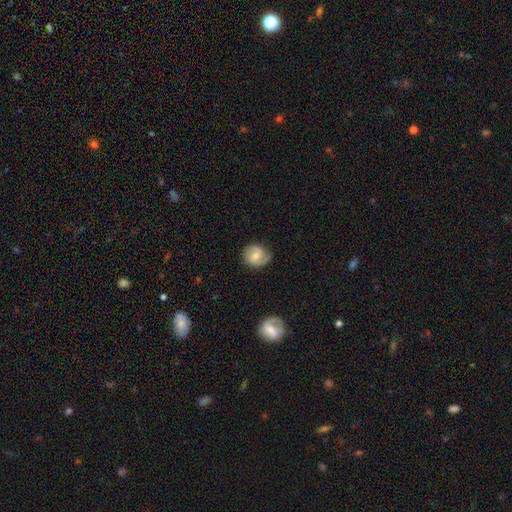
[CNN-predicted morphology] A featured or disk galaxy (59%) with a weak bar (49%), 2 (77%) medium (46%) spiral arms (89%) and a moderate central bulge (53%).

Vote fractions:
- Smooth or featured? featured or disk: 59% / smooth: 34% / star or artifact: 7%
- Edge-on disk? no: 97% / yes: 3%
- Bar? weak: 49% / no: 39% / strong: 12%
- Spiral arms? yes: 89% / no: 11%
- Spiral winding? medium: 46% / tight: 33% / loose: 21%
- Spiral arm count? 2: 77% / 1: 10% / can't tell: 9% / 3: 2% / 4: 1% / more than 4: 1%
- Bulge size? moderate: 53% / small: 39% / none: 4% / large: 3% / dominant: 1%
- Merging? none: 73% / minor disturbance: 20% / major disturbance: 5% / merger: 1%